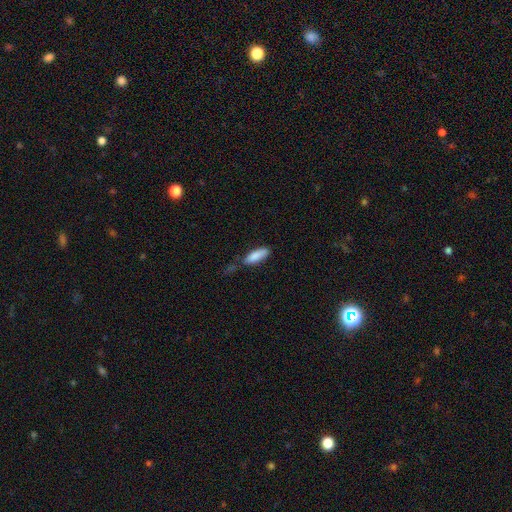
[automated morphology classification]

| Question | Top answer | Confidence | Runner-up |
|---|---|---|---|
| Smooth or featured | smooth | 87% | featured or disk (7%) |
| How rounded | in between | 57% | cigar-shaped (41%) |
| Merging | none | 59% | minor disturbance (26%) |